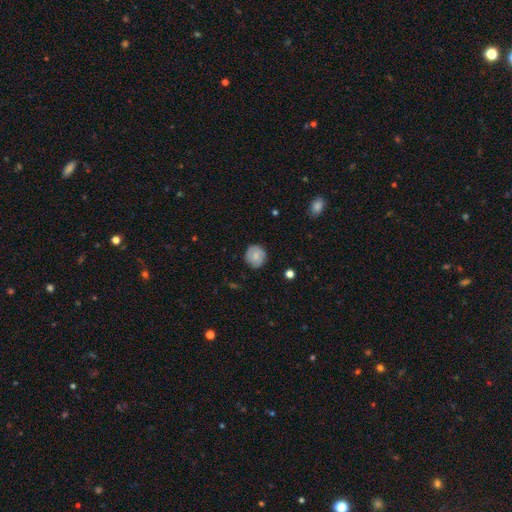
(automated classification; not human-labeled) Morphology: type=smooth (74%); roundness=round (89%); merging=none (84%).